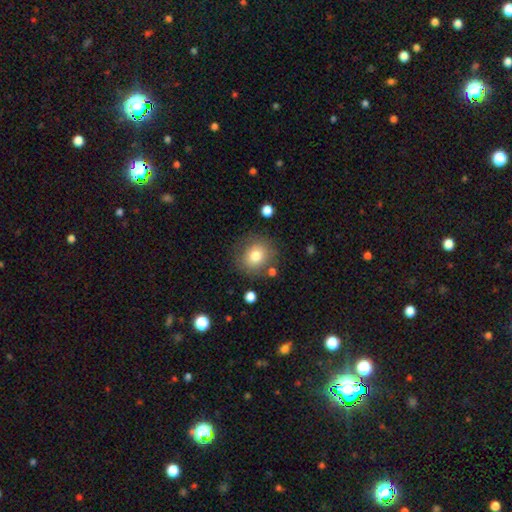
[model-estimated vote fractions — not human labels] Smooth or featured? smooth (78%)
How rounded? round (82%)
Merging? none (78%)